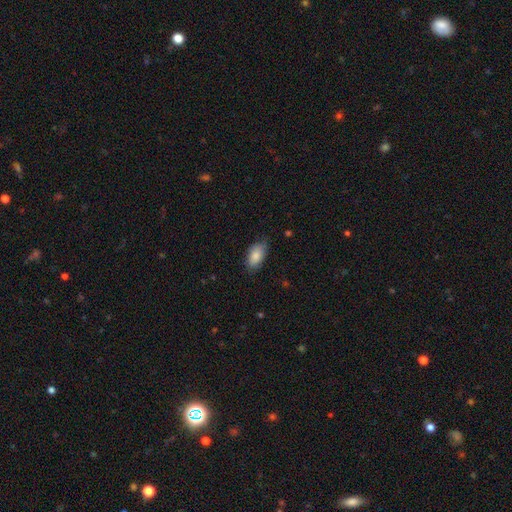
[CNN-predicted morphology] Smooth or featured?
  - smooth: 86% *
  - featured or disk: 8%
  - star or artifact: 6%
How rounded?
  - in between: 93% *
  - round: 4%
  - cigar-shaped: 3%
Merging?
  - none: 75% *
  - minor disturbance: 20%
  - major disturbance: 3%
  - merger: 1%